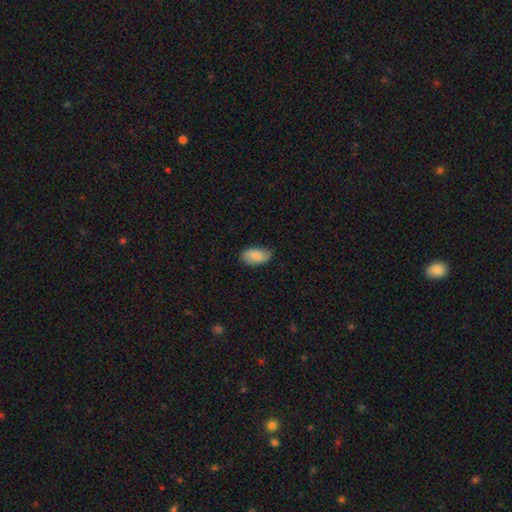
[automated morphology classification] Q: Smooth or featured?
A: smooth (78%); runner-up: featured or disk (16%)
Q: How rounded?
A: in between (94%); runner-up: round (3%)
Q: Merging?
A: none (78%); runner-up: minor disturbance (18%)